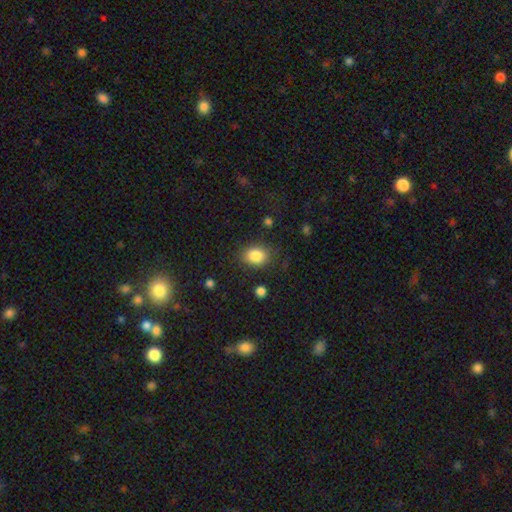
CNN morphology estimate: smooth-or-featured: smooth: 85% | star or artifact: 9% | featured or disk: 6%
  how-rounded: in between: 61% | round: 38% | cigar-shaped: 1%
  merging: none: 80% | minor disturbance: 14% | major disturbance: 5% | merger: 2%